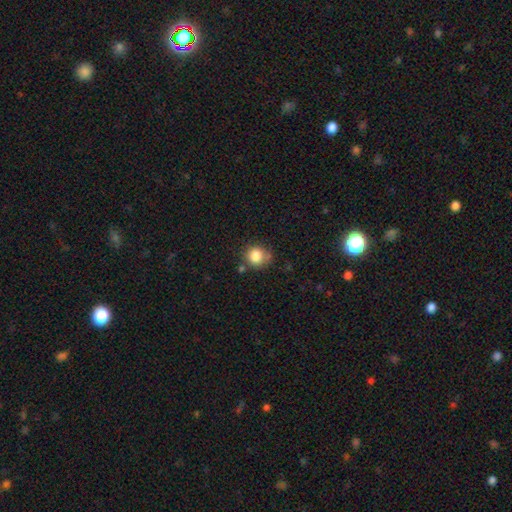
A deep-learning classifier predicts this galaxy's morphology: Q: Smooth or featured?
A: smooth (83%); runner-up: star or artifact (10%)
Q: How rounded?
A: round (84%); runner-up: in between (15%)
Q: Merging?
A: none (65%); runner-up: minor disturbance (21%)